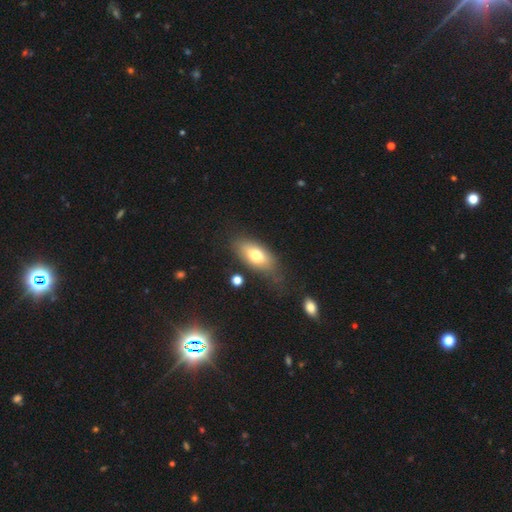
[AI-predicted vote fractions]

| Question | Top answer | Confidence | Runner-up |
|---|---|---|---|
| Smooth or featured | smooth | 70% | featured or disk (22%) |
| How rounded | in between | 85% | cigar-shaped (10%) |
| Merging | none | 69% | minor disturbance (21%) |